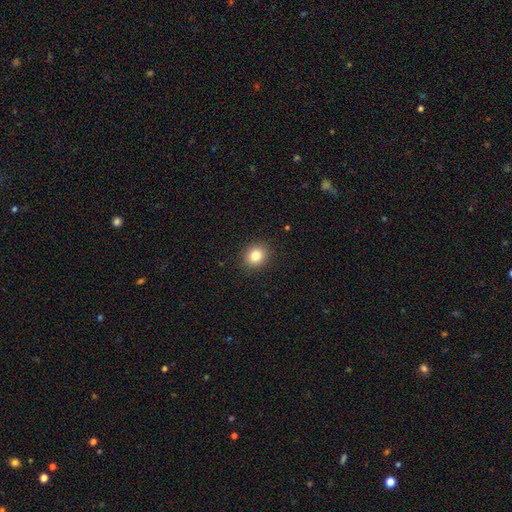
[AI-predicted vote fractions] Q: Smooth or featured?
A: smooth (82%); runner-up: star or artifact (11%)
Q: How rounded?
A: round (73%); runner-up: in between (26%)
Q: Merging?
A: none (91%); runner-up: minor disturbance (6%)